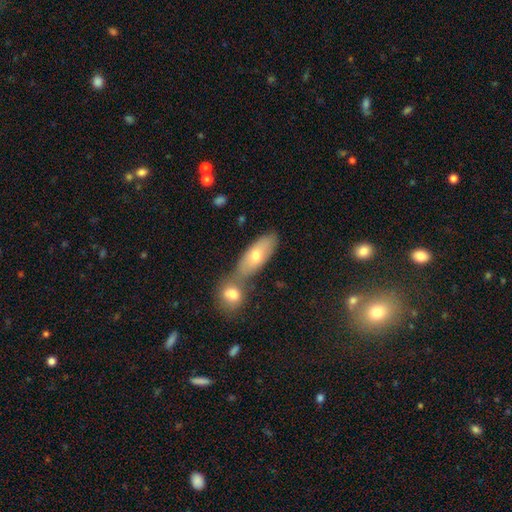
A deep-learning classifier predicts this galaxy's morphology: Smooth or featured? smooth (66%)
How rounded? in between (73%)
Merging? none (50%)